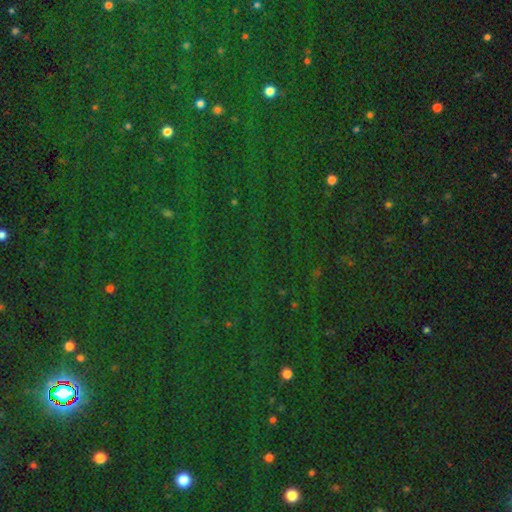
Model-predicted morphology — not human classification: Smooth or featured? Predicted: star or artifact (p=0.83).